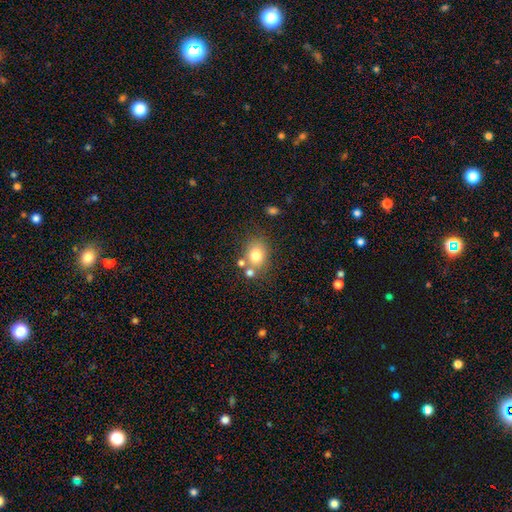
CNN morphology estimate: smooth-or-featured: smooth: 77% | star or artifact: 12% | featured or disk: 12%
  how-rounded: round: 54% | in between: 45% | cigar-shaped: 1%
  merging: none: 63% | merger: 18% | minor disturbance: 14% | major disturbance: 5%